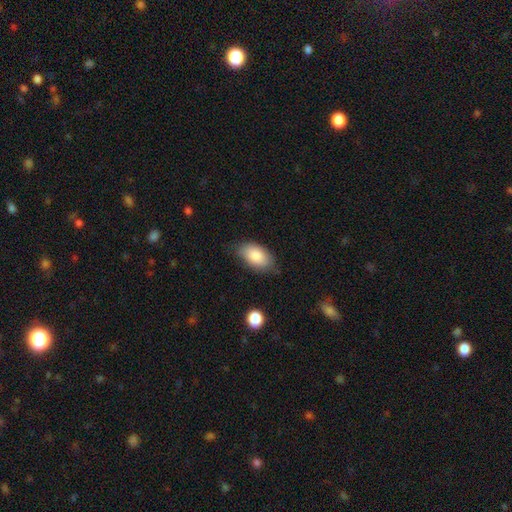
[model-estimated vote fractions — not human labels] Q: Smooth or featured?
A: smooth (86%); runner-up: featured or disk (7%)
Q: How rounded?
A: in between (94%); runner-up: round (4%)
Q: Merging?
A: none (75%); runner-up: minor disturbance (20%)